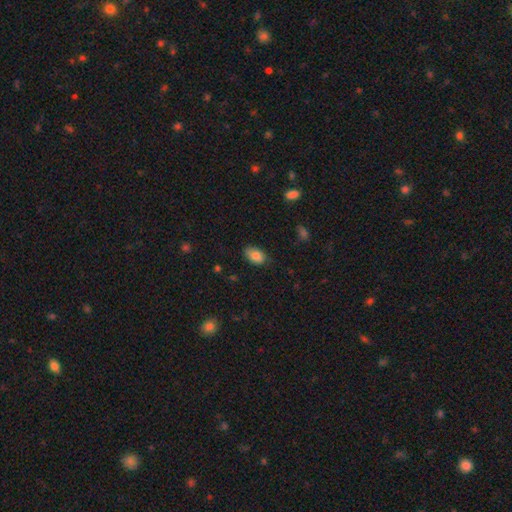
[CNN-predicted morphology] The model was most divided on "merging": none: 76%, minor disturbance: 19%, major disturbance: 3%, merger: 1%. More confident: how rounded — in between (89%); smooth or featured — smooth (84%).